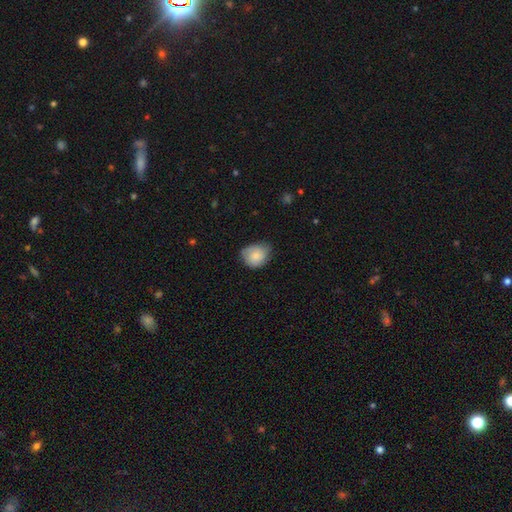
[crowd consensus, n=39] Smooth or featured? smooth (74%)
How rounded? in between (55%)
Merging? minor disturbance (60%)